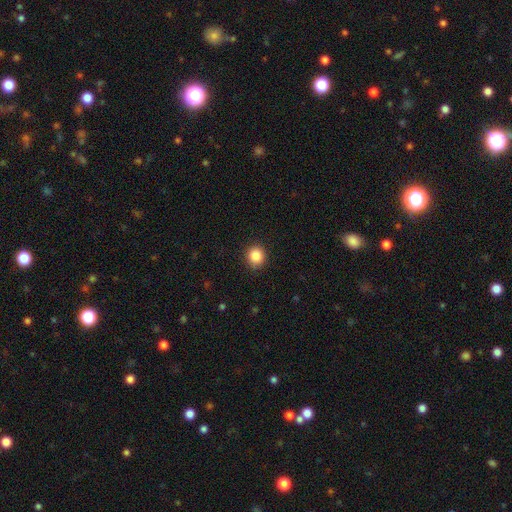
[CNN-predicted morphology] This is clearly a smooth galaxy (87%). How rounded: clearly round (88%). Merging: clearly none (89%).